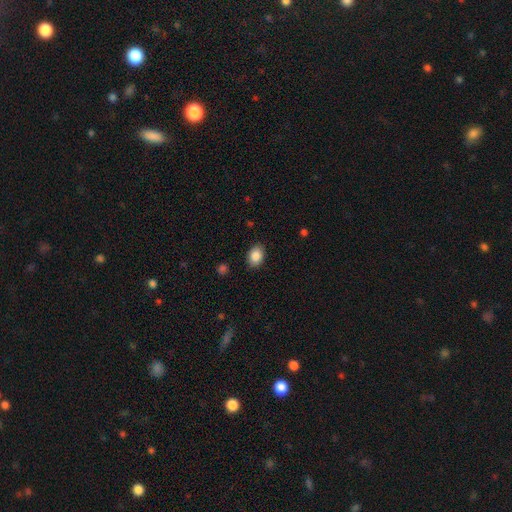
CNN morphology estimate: Overall: smooth (87%). How rounded: in between (75%). Merging: none (87%).